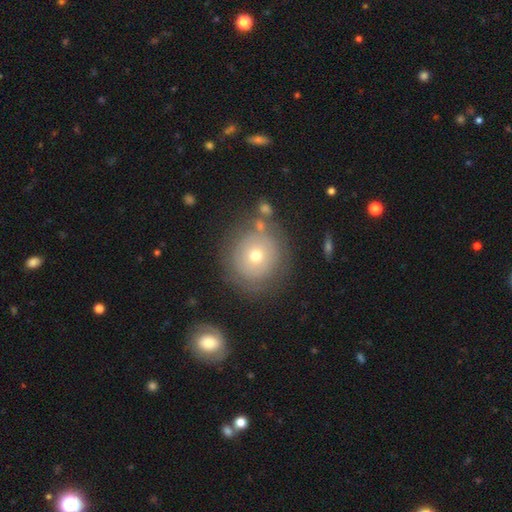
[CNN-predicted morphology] A smooth galaxy with no disk features (58%) that is round (89%).

Vote fractions:
- Smooth or featured? smooth: 58% / featured or disk: 31% / star or artifact: 11%
- How rounded? round: 89% / in between: 10% / cigar-shaped: 1%
- Merging? none: 73% / minor disturbance: 14% / major disturbance: 6% / merger: 6%